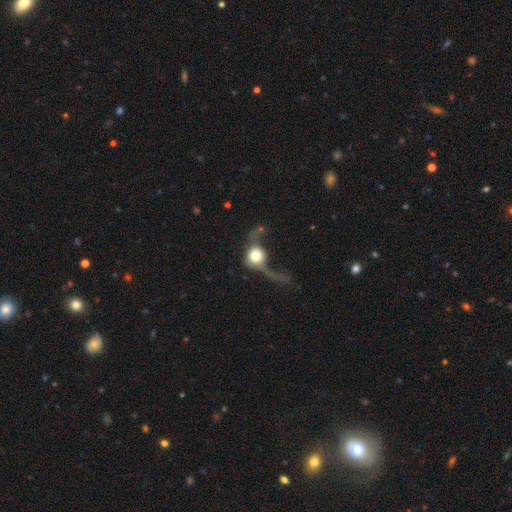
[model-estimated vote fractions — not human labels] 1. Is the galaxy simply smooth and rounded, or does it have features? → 56% smooth, 35% featured or disk, 9% star or artifact.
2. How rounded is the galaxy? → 81% round, 17% in between, 2% cigar-shaped.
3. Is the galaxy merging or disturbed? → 57% major disturbance, 21% none, 15% minor disturbance, 8% merger.